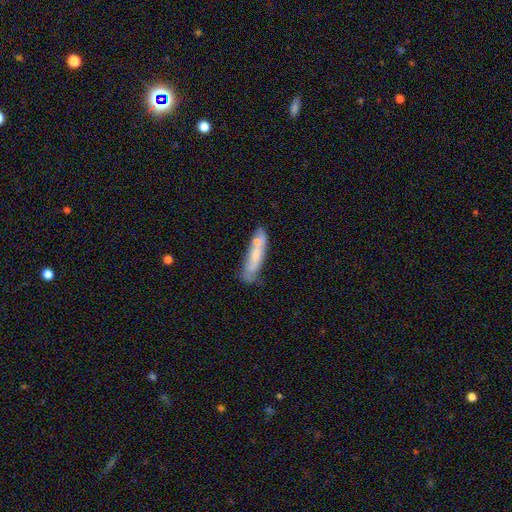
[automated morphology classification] Overall: smooth (57%; featured or disk 36%). How rounded: cigar-shaped (65%; in between 33%). Merging: none (40%; minor disturbance 25%).